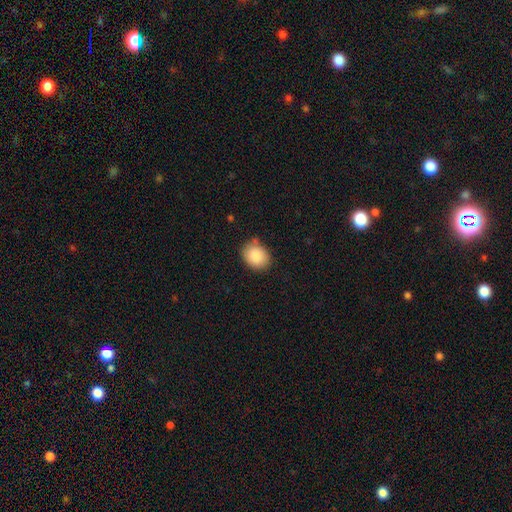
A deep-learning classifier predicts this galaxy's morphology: Smooth or featured?
  - smooth: 89% *
  - star or artifact: 7%
  - featured or disk: 4%
How rounded?
  - in between: 52% *
  - round: 48%
  - cigar-shaped: 1%
Merging?
  - none: 77% *
  - minor disturbance: 17%
  - major disturbance: 4%
  - merger: 3%